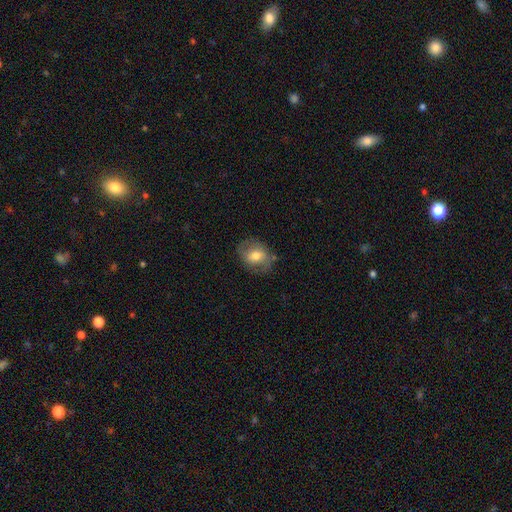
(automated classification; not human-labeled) smooth-or-featured: smooth: 60% | featured or disk: 32% | star or artifact: 8%
  how-rounded: in between: 54% | round: 45% | cigar-shaped: 1%
  merging: none: 72% | minor disturbance: 19% | major disturbance: 7% | merger: 2%